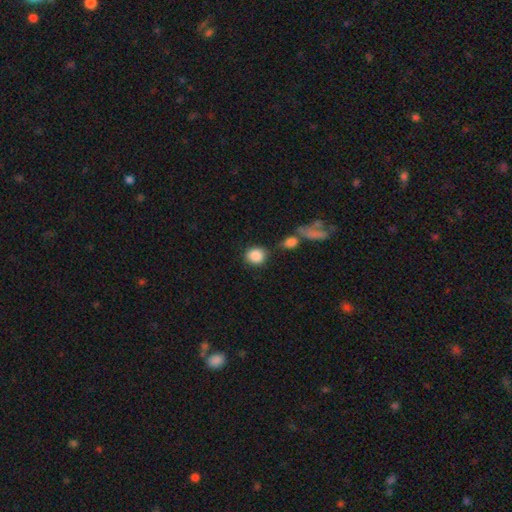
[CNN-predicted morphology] A smooth galaxy with no disk features (87%) that is round (79%).

Vote fractions:
- Smooth or featured? smooth: 87% / star or artifact: 8% / featured or disk: 5%
- How rounded? round: 79% / in between: 20% / cigar-shaped: 2%
- Merging? none: 69% / minor disturbance: 14% / merger: 11% / major disturbance: 6%